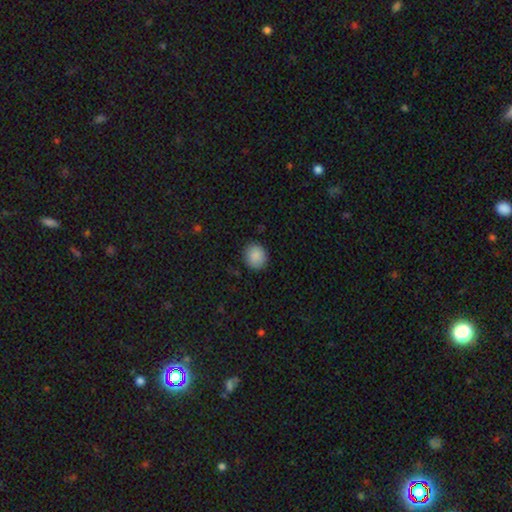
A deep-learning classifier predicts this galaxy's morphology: A smooth galaxy with no disk features (89%) that is round (78%). Merging: none (87%).